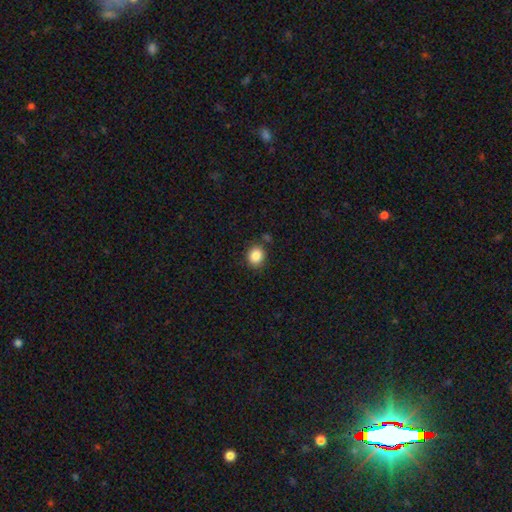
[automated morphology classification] Smooth or featured? Predicted: smooth (p=0.86). How rounded? Predicted: round (p=0.68). Merging? Predicted: none (p=0.82).